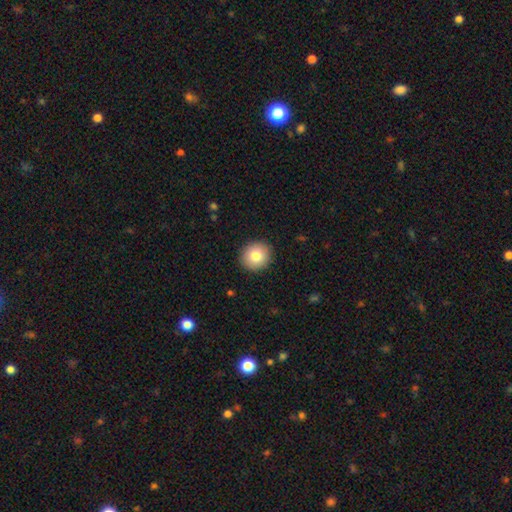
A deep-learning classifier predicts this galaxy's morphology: This is clearly a smooth galaxy (81%). How rounded: clearly round (90%). Merging: clearly none (92%).